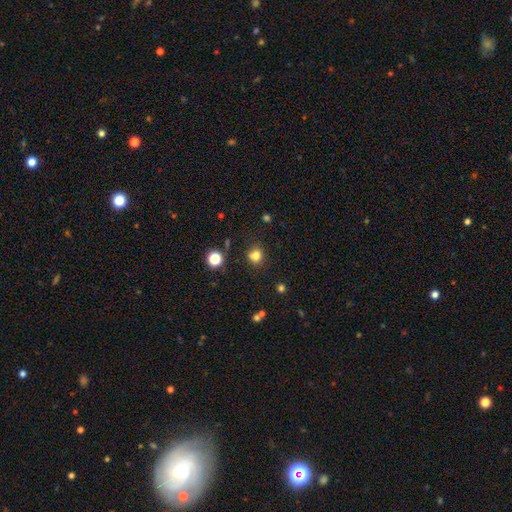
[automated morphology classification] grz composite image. It shows a smooth galaxy with no disk features (78%) that is round (81%). Merging: none (73%).